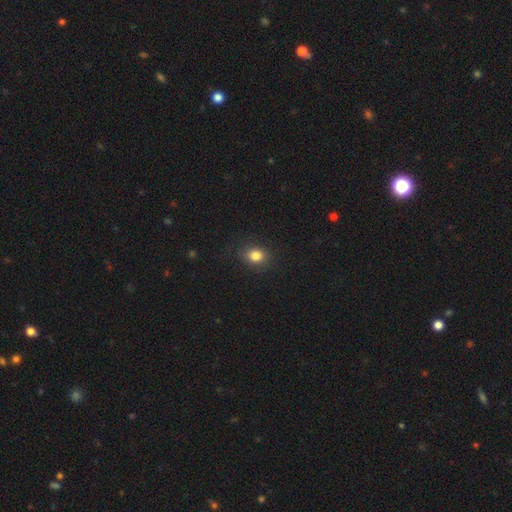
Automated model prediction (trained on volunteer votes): Smooth or featured?
  - smooth: 84% *
  - star or artifact: 11%
  - featured or disk: 6%
How rounded?
  - round: 50% *
  - in between: 49%
  - cigar-shaped: 1%
Merging?
  - none: 83% *
  - minor disturbance: 12%
  - major disturbance: 4%
  - merger: 1%